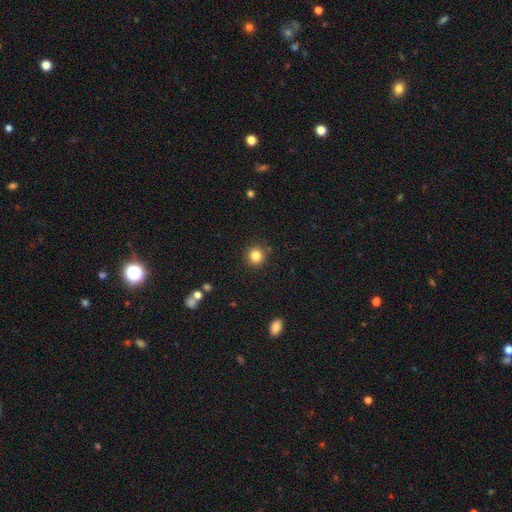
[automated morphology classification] smooth 83%, star or artifact 12%, featured or disk 5%. Down the decision tree: how rounded — round (93%); merging — none (90%).